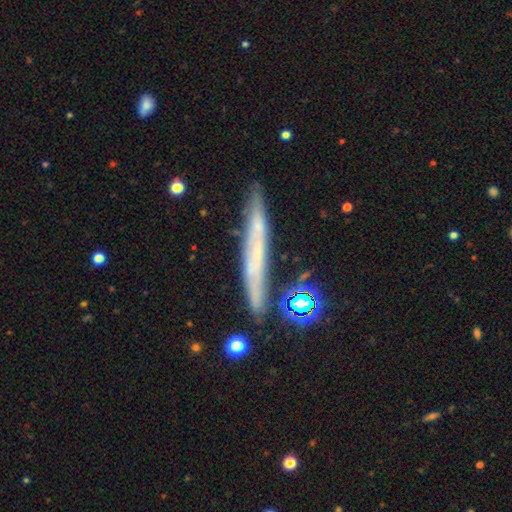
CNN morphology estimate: Smooth or featured?
  - featured or disk: 52% *
  - smooth: 36%
  - star or artifact: 12%
Edge-on disk?
  - yes: 86% *
  - no: 14%
Merging?
  - none: 81% *
  - minor disturbance: 13%
  - merger: 3%
  - major disturbance: 3%